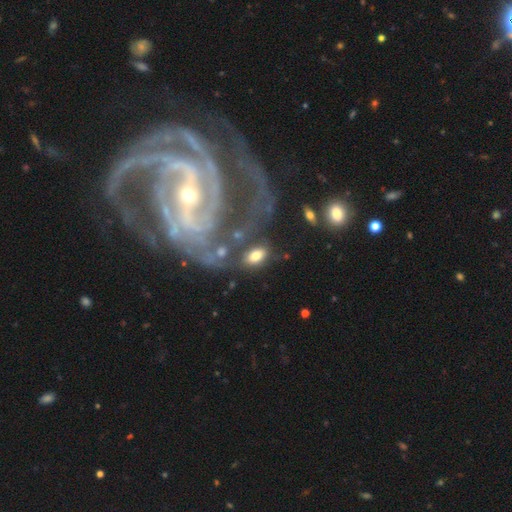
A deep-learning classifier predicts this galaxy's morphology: smooth_or_featured: smooth (p=0.70) [alt: featured or disk p=0.23]
how_rounded: in between (p=0.90) [alt: round p=0.07]
merging: none (p=0.61) [alt: minor disturbance p=0.18]